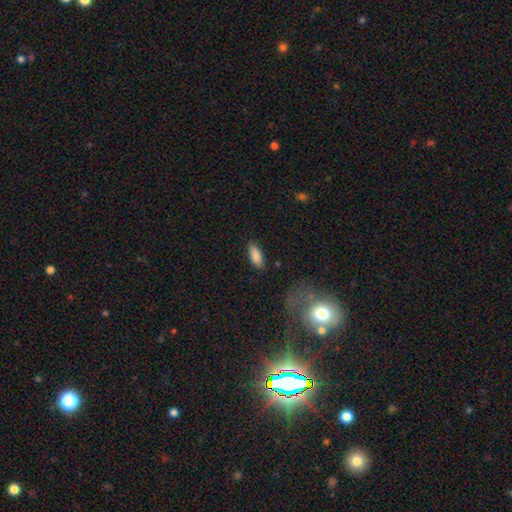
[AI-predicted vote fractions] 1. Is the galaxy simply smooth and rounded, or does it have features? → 87% smooth, 7% star or artifact, 6% featured or disk.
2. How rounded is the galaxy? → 79% in between, 20% cigar-shaped, 2% round.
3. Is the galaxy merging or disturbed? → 85% none, 11% minor disturbance, 3% major disturbance, 2% merger.